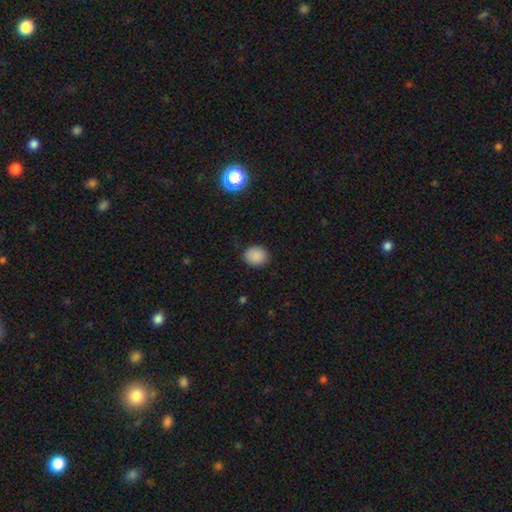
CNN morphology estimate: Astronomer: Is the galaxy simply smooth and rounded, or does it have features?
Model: smooth — 87%.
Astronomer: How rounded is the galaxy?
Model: round — 69%.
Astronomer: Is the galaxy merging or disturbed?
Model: none — 88%.